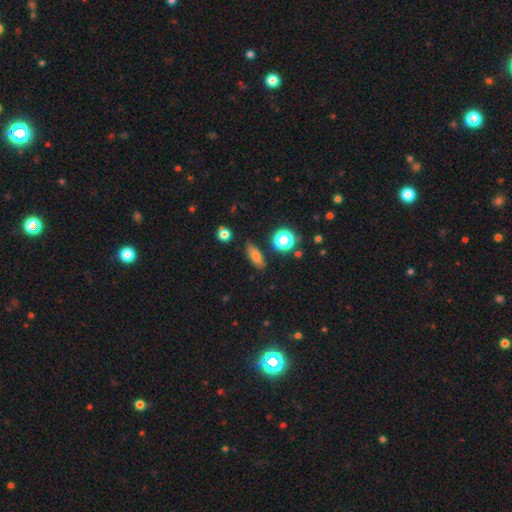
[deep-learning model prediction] Morphology: type=smooth (74%); roundness=in between (68%); merging=none (84%).